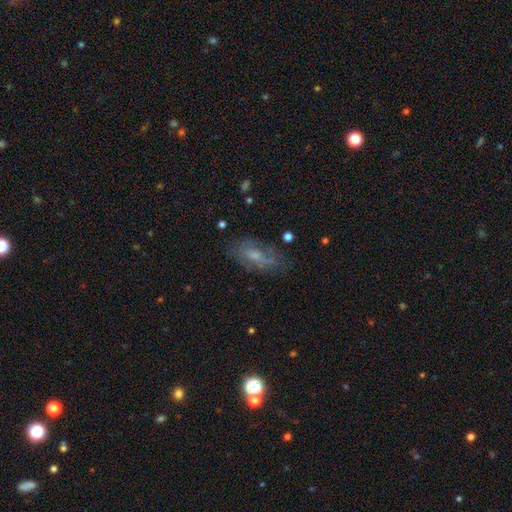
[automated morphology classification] smooth-or-featured: featured or disk: 48% | smooth: 41% | star or artifact: 10%
  merging: none: 62% | minor disturbance: 24% | major disturbance: 12% | merger: 2%